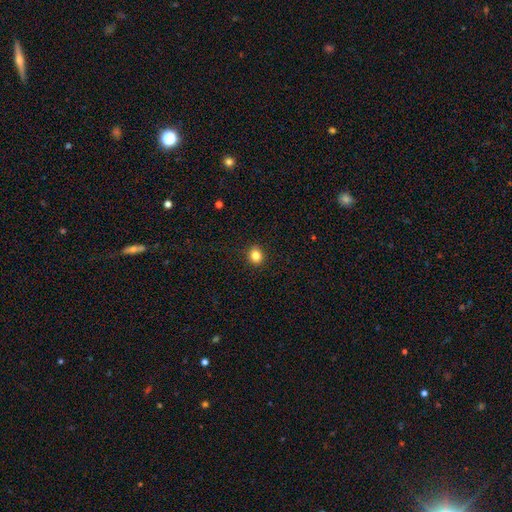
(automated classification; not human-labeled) Morphology: type=smooth (83%); roundness=round (76%); merging=none (91%).